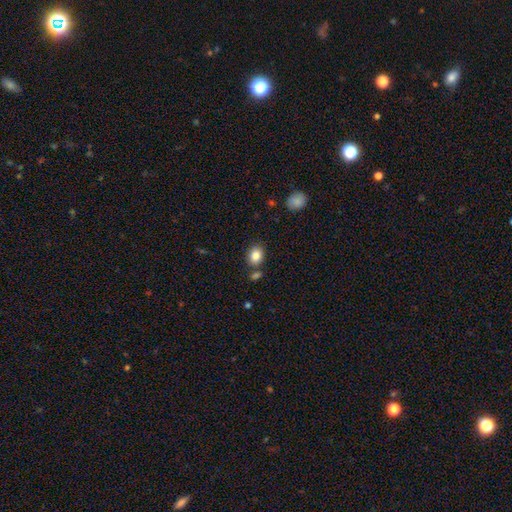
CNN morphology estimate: smooth 85%, star or artifact 9%, featured or disk 6%. Down the decision tree: how rounded — in between (56%); merging — none (77%).